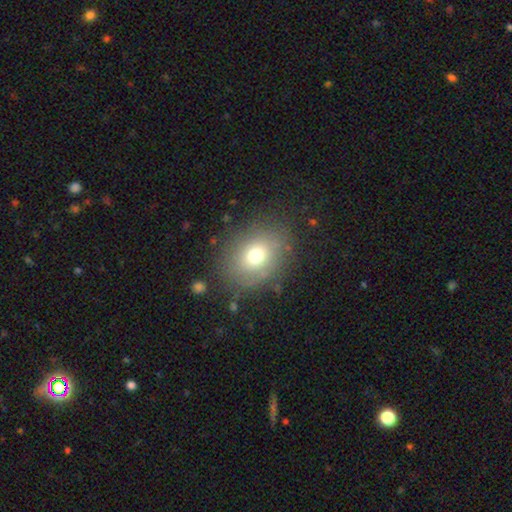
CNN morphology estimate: Smooth or featured? smooth (70%)
How rounded? in between (55%)
Merging? none (79%)